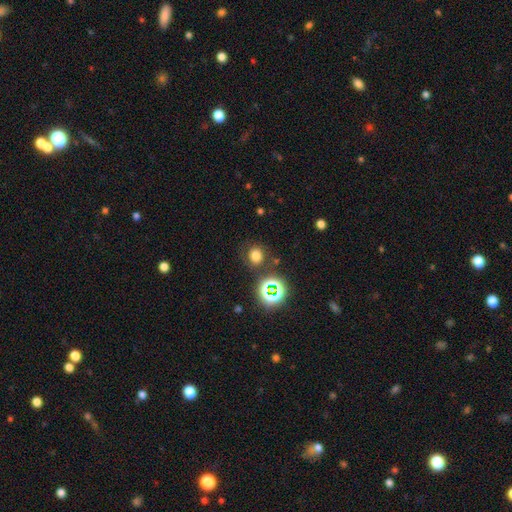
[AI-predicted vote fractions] Smooth or featured?
  - smooth: 71% *
  - star or artifact: 22%
  - featured or disk: 7%
How rounded?
  - round: 80% *
  - in between: 19%
  - cigar-shaped: 1%
Merging?
  - none: 80% *
  - minor disturbance: 10%
  - merger: 5%
  - major disturbance: 5%